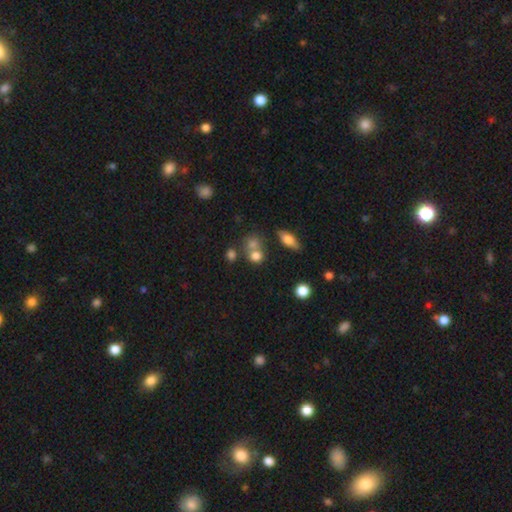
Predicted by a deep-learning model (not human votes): smooth 73%, star or artifact 15%, featured or disk 12%. Down the decision tree: how rounded — round (70%); merging — none (47%).